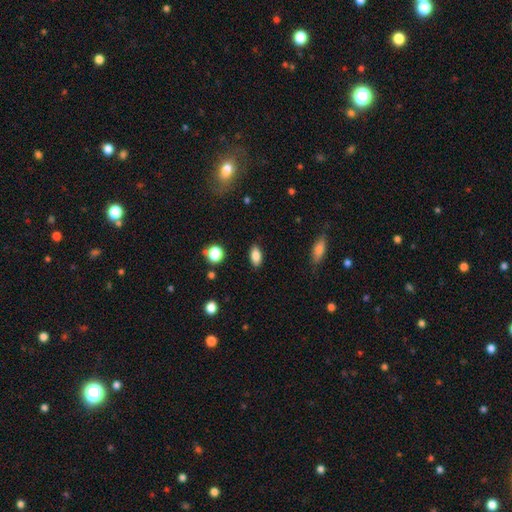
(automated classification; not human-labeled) smooth 85%, star or artifact 8%, featured or disk 6%. Down the decision tree: how rounded — in between (88%); merging — none (88%).